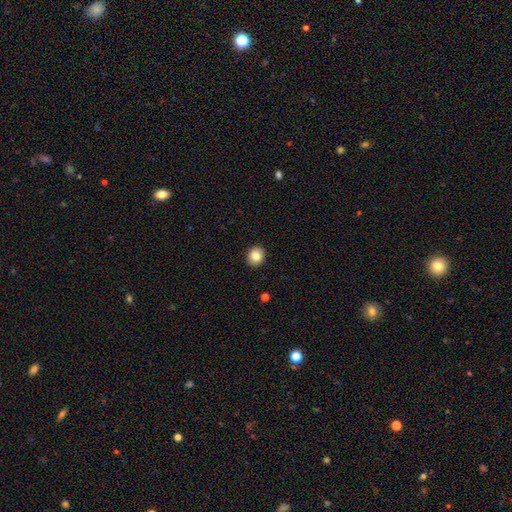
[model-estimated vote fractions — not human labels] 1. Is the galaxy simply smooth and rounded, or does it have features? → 83% smooth, 9% star or artifact, 7% featured or disk.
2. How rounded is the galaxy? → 78% round, 21% in between, 1% cigar-shaped.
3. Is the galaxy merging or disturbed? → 92% none, 6% minor disturbance, 2% major disturbance, 1% merger.